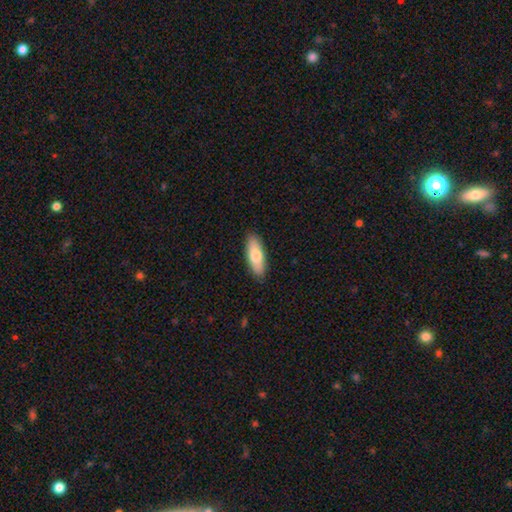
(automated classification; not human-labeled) Q: Smooth or featured?
A: smooth (76%); runner-up: featured or disk (18%)
Q: How rounded?
A: in between (65%); runner-up: cigar-shaped (32%)
Q: Merging?
A: none (89%); runner-up: minor disturbance (9%)